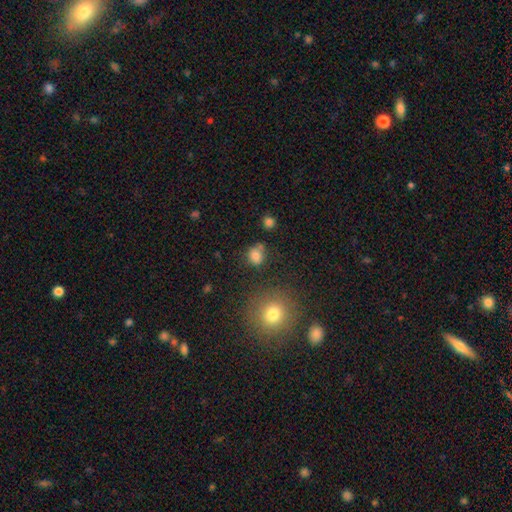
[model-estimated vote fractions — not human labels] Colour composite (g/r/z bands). It shows a smooth galaxy with no disk features (79%) that is round (74%). Merging: none (66%).